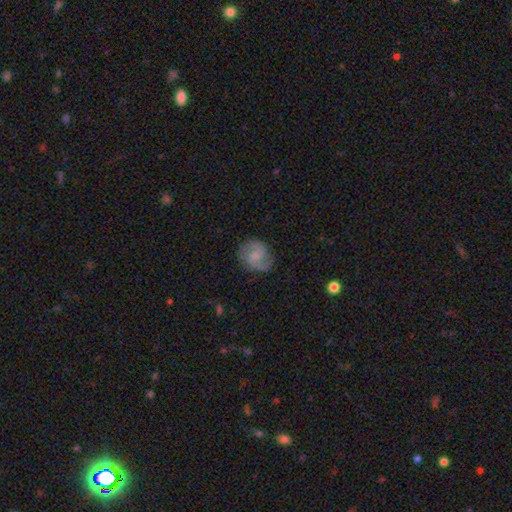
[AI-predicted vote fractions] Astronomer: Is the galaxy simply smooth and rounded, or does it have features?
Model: featured or disk — 67%.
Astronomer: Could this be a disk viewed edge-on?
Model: no — 98%.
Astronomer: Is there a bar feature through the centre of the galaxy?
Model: no — 47% (runner-up: weak, 46%).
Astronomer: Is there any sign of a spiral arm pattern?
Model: yes — 94%.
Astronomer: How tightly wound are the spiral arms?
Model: medium — 52% (runner-up: loose, 28%).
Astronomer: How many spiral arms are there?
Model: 2 — 88%.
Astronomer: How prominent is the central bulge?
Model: small — 42% (runner-up: none, 30%).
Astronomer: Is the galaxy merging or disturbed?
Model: none — 77%.